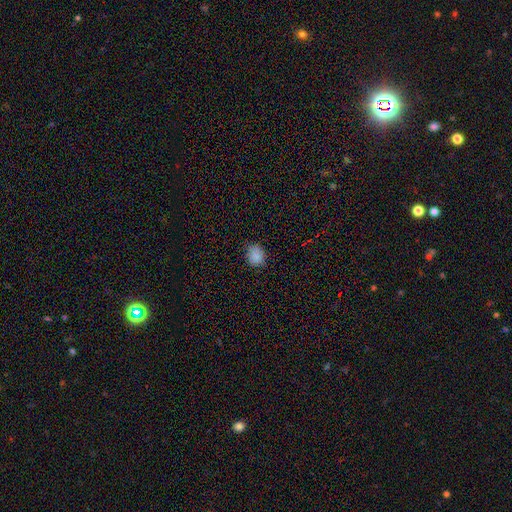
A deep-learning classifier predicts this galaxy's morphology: smooth 86%, star or artifact 10%, featured or disk 3%. Down the decision tree: how rounded — round (57%); merging — none (80%).